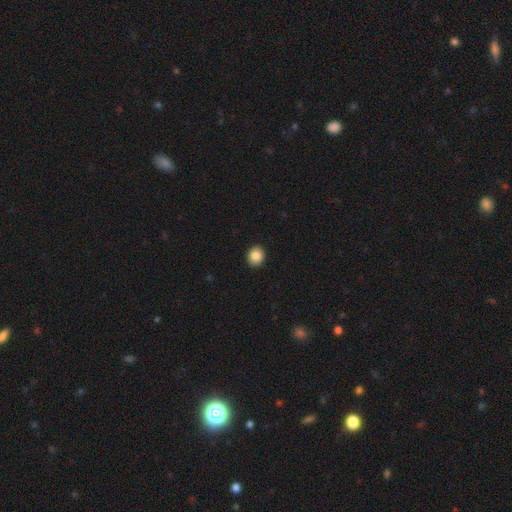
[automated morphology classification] type=smooth (87%); roundness=round (66%); merging=none (92%).